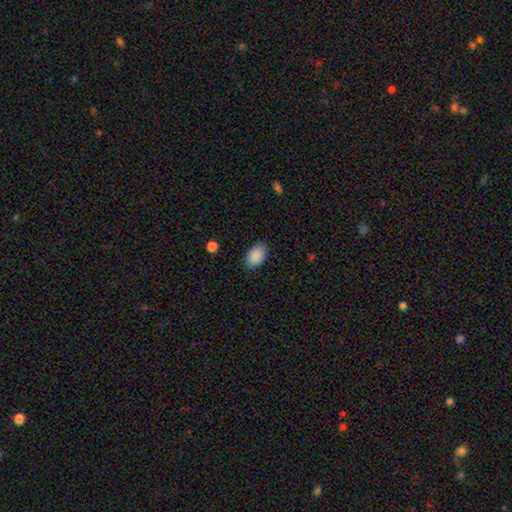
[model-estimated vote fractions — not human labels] A smooth galaxy with no disk features (90%) that is in between round and cigar-shaped (91%).

Vote fractions:
- Smooth or featured? smooth: 90% / star or artifact: 7% / featured or disk: 3%
- How rounded? in between: 91% / round: 8% / cigar-shaped: 1%
- Merging? none: 86% / minor disturbance: 10% / major disturbance: 3% / merger: 1%